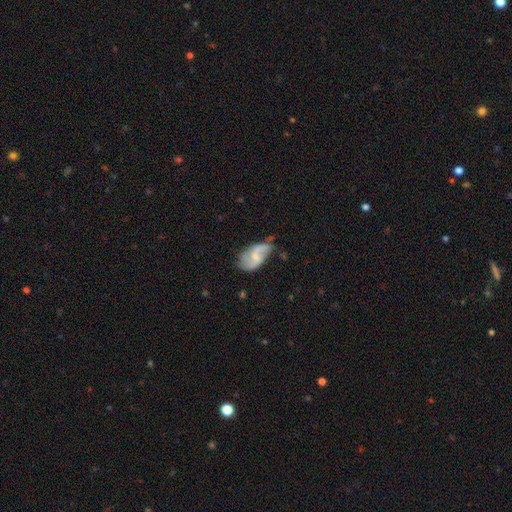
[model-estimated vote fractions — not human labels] Smooth or featured: featured or disk — 63% (smooth — 30%)
Edge-on disk: no — 97% (yes — 3%)
Bar: weak — 50% (no — 36%)
Spiral arms: yes — 85% (no — 15%)
Spiral winding: loose — 59% (medium — 31%)
Spiral arm count: 2 — 82% (can't tell — 9%)
Bulge size: small — 46% (moderate — 26%)
Merging: none — 43% (minor disturbance — 34%)